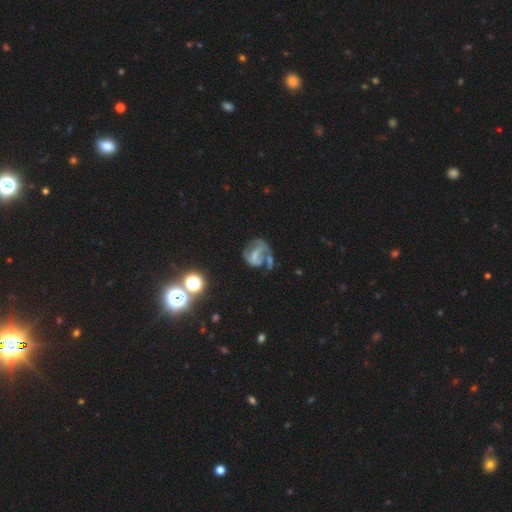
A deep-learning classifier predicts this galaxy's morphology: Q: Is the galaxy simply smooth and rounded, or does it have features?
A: featured or disk — 63%.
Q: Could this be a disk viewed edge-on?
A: no — 97%.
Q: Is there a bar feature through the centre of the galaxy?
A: weak — 39%.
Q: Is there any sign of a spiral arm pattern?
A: yes — 68%.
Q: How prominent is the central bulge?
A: none — 47%.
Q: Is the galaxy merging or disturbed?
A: none — 34%.